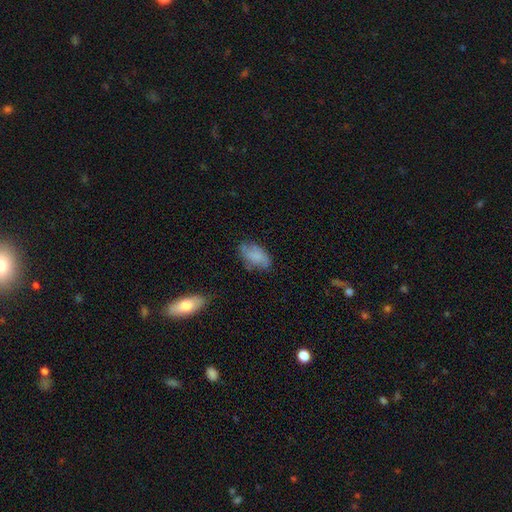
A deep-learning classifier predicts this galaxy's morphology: This appears to be a smooth galaxy with no disk features (73%) that is in between round and cigar-shaped (92%). Merging: none (66%).